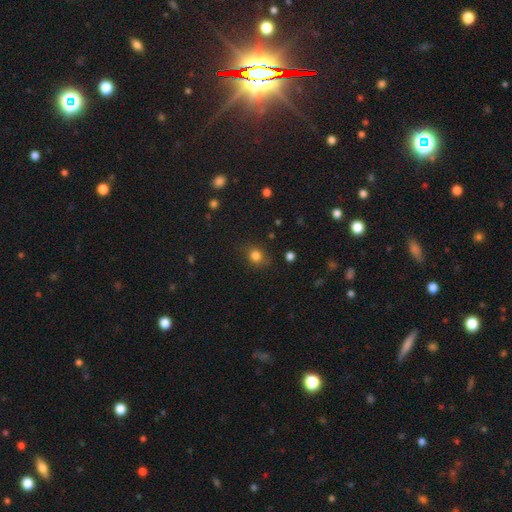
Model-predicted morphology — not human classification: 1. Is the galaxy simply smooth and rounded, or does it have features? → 81% smooth, 13% star or artifact, 6% featured or disk.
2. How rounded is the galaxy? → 70% round, 29% in between, 1% cigar-shaped.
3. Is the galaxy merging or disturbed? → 78% none, 16% minor disturbance, 5% major disturbance, 2% merger.